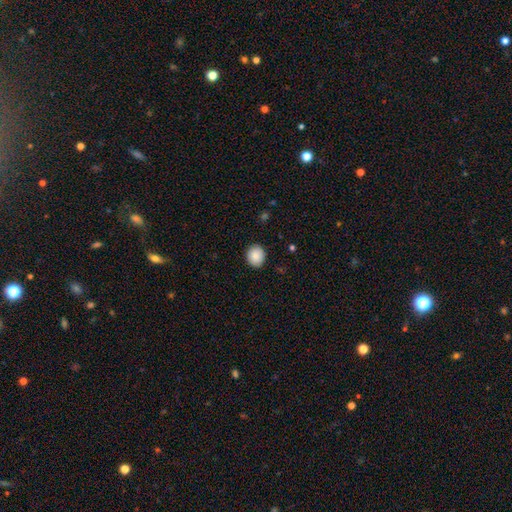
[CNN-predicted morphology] This appears to be a smooth galaxy with no disk features (87%) that is round (77%). Merging: none (89%).